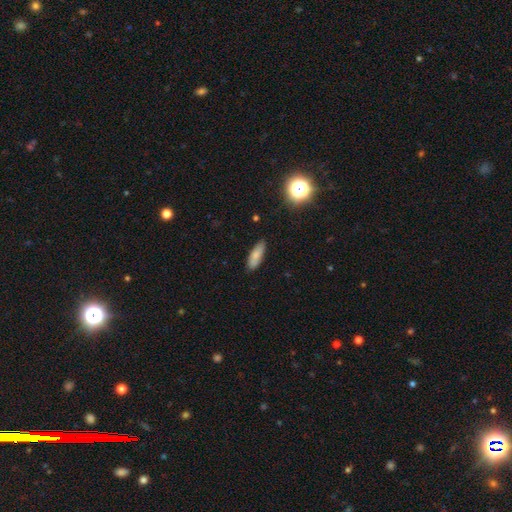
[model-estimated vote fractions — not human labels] smooth_or_featured: smooth (p=0.76) [alt: featured or disk p=0.16]
how_rounded: in between (p=0.58) [alt: cigar-shaped p=0.39]
merging: none (p=0.81) [alt: minor disturbance p=0.15]